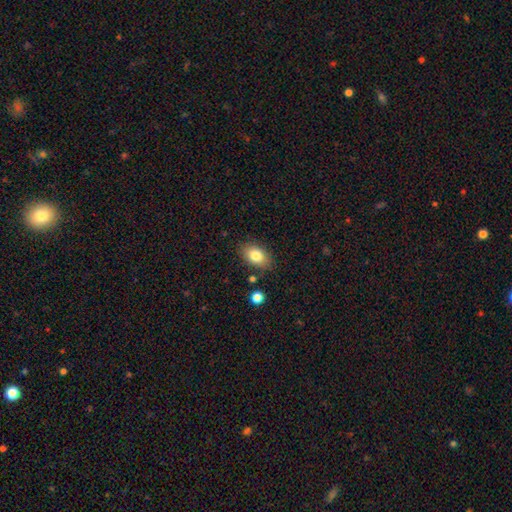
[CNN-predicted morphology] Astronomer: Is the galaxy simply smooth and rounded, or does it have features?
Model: smooth — 82%.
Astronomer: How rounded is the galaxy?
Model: in between — 86%.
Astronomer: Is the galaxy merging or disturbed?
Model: none — 83%.